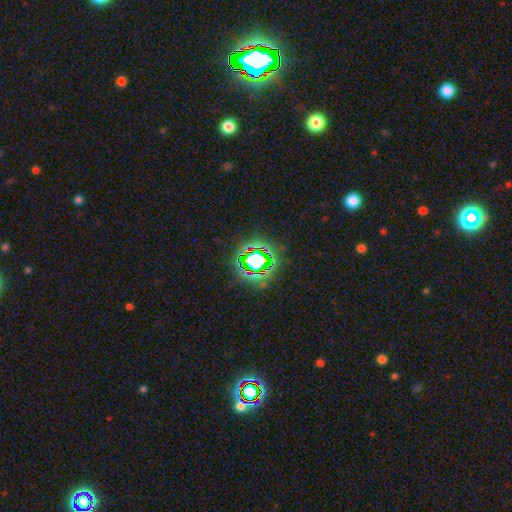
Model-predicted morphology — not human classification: A star or artifact, not a galaxy (77%).

Vote fractions:
- Smooth or featured? star or artifact: 77% / smooth: 14% / featured or disk: 9%